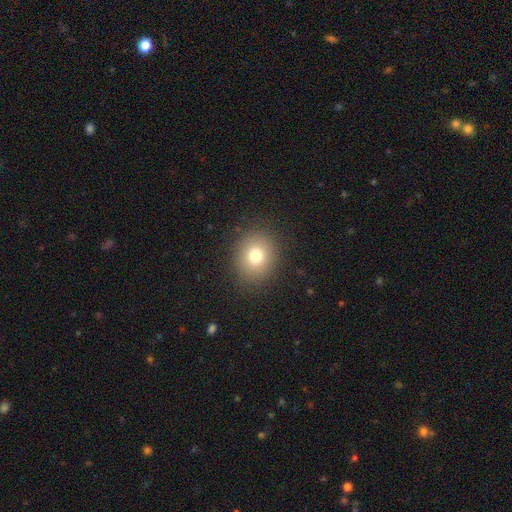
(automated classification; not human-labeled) Overall: smooth (77%). How rounded: round (71%). Merging: none (88%).